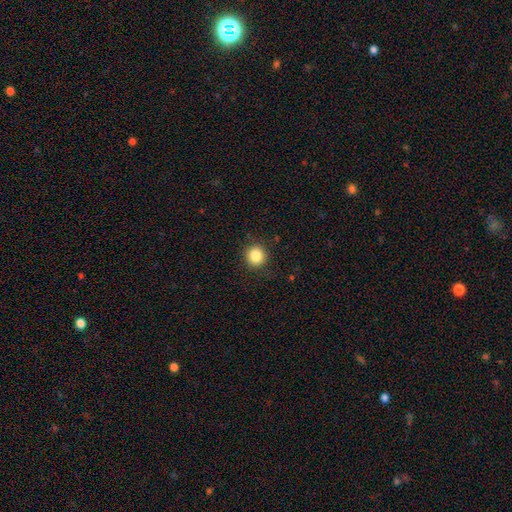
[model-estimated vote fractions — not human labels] Q: Smooth or featured?
A: smooth (85%); runner-up: star or artifact (10%)
Q: How rounded?
A: round (93%); runner-up: in between (6%)
Q: Merging?
A: none (90%); runner-up: minor disturbance (7%)